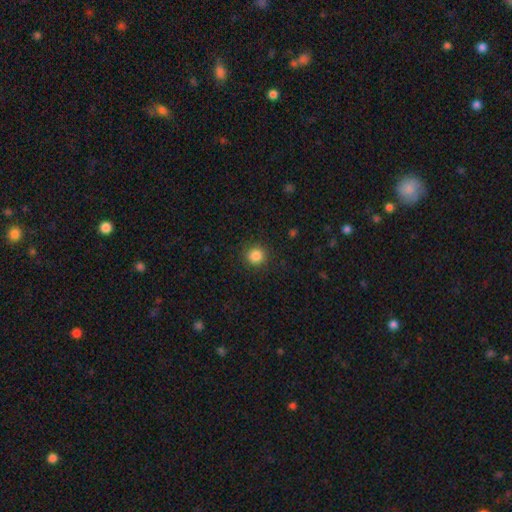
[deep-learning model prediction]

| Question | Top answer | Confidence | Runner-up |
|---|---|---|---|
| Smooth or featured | smooth | 85% | star or artifact (11%) |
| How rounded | round | 94% | in between (6%) |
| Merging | none | 91% | minor disturbance (6%) |